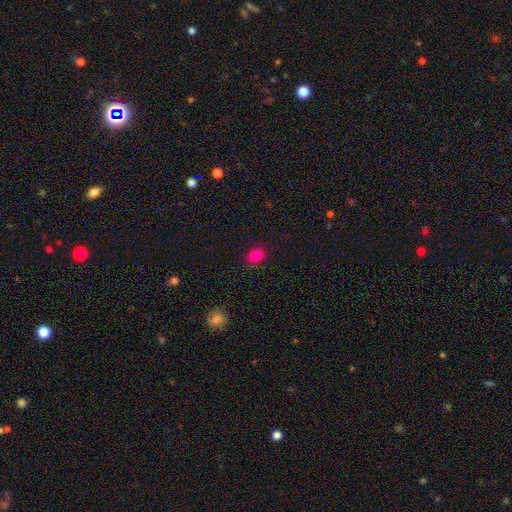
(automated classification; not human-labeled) This appears to be a smooth galaxy with no disk features (83%) that is in between round and cigar-shaped (52%). Merging: none (88%).